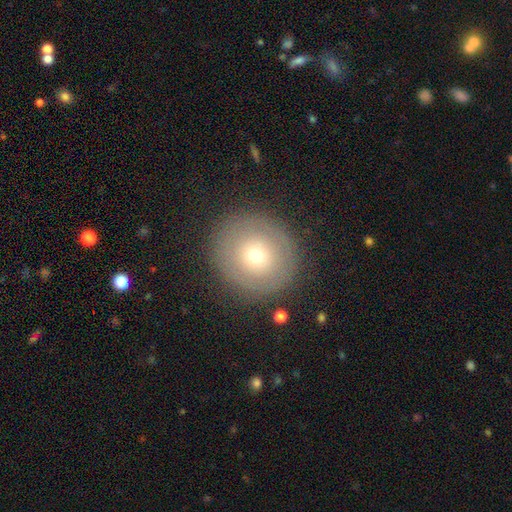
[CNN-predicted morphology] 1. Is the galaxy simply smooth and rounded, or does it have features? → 60% smooth, 29% featured or disk, 11% star or artifact.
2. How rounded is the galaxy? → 90% round, 9% in between, 1% cigar-shaped.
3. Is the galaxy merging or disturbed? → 86% none, 9% minor disturbance, 4% major disturbance, 1% merger.